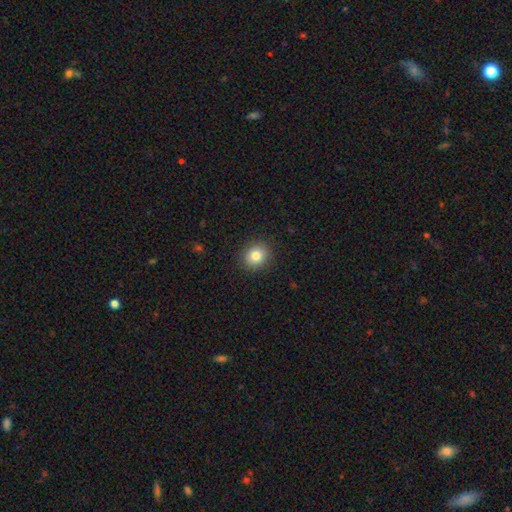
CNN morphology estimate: This appears to be a smooth galaxy with no disk features (82%) that is round (80%). Merging: none (91%).